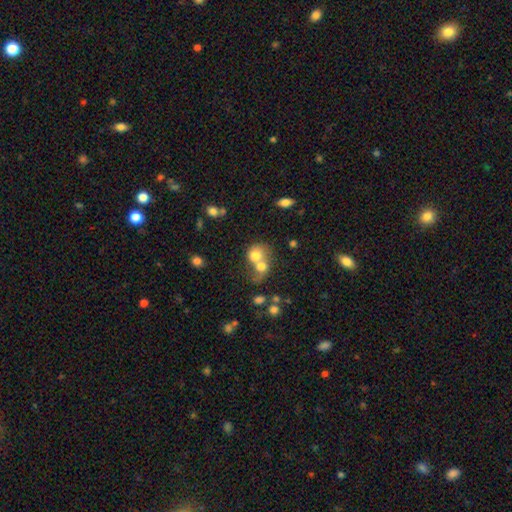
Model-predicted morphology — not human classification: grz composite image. It shows a smooth galaxy with no disk features (70%) that is round (67%). Merging: merger (72%).